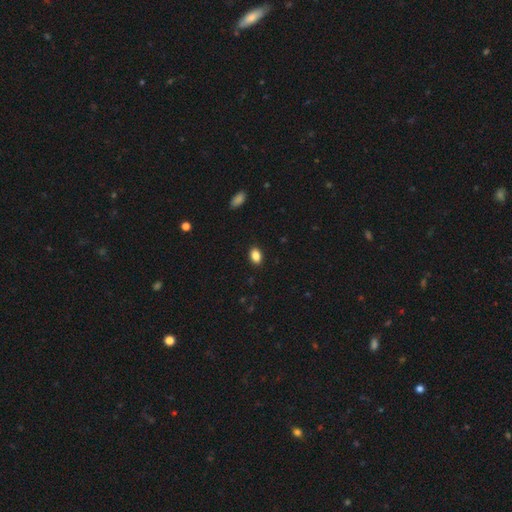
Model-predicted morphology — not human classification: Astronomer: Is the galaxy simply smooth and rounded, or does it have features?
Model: smooth — 87%.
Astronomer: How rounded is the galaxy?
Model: in between — 83%.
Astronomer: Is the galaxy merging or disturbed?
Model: none — 89%.